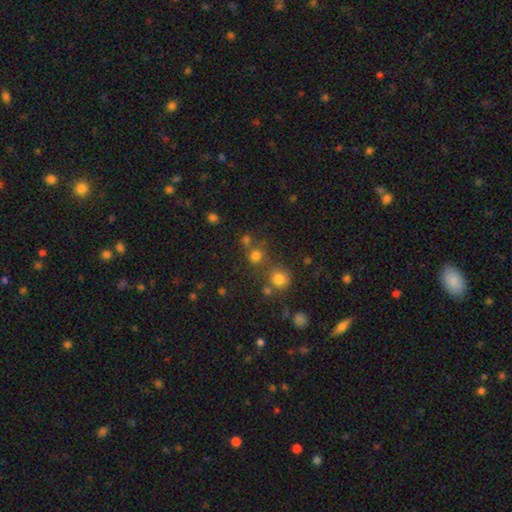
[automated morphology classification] A smooth galaxy with no disk features (75%) that is round (89%). Merging: none (65%).